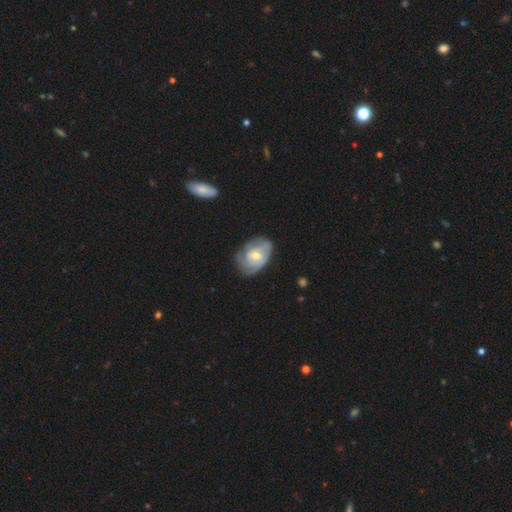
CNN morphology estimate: The model was most divided on "bulge size": moderate: 56%, small: 39%, large: 3%, none: 1%, dominant: 1%. Remaining: edge-on disk — no (96%); spiral arms — yes (85%); smooth or featured — featured or disk (69%); bar — no (65%); merging — none (64%); spiral winding — tight (61%); spiral arm count — can't tell (42%).